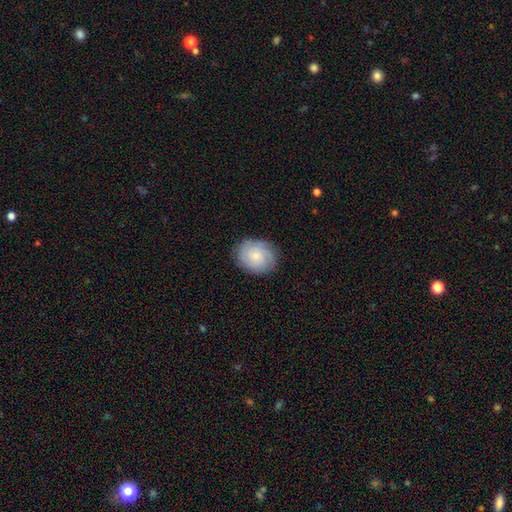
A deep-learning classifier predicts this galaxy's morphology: Smooth or featured? smooth (55%)
How rounded? round (53%)
Merging? none (81%)